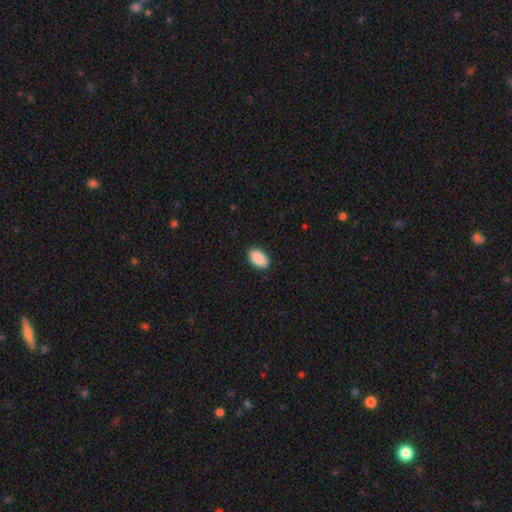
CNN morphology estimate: This appears to be a smooth galaxy with no disk features (91%) that is in between round and cigar-shaped (94%). Merging: none (89%).